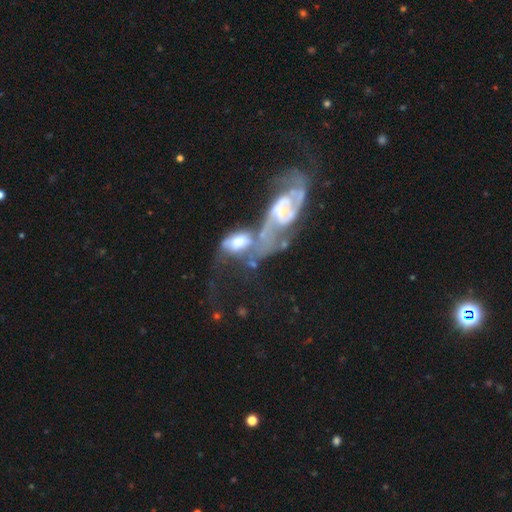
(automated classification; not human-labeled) A featured or disk galaxy (73%) with no bar (59%), 2 (58%) medium (37%) spiral arms (77%) and a moderate central bulge (41%). Merging: merger (66%).